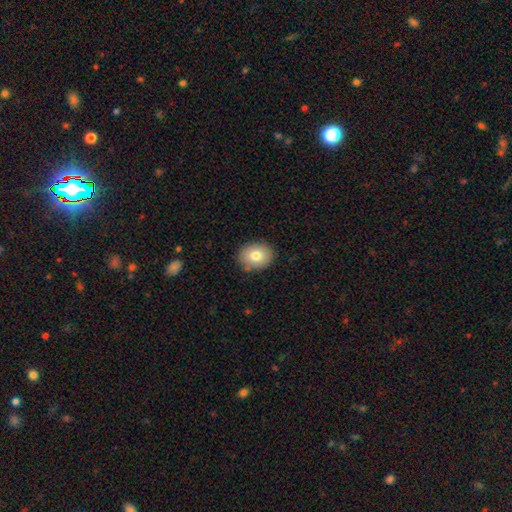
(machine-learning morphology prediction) smooth_or_featured: smooth (p=0.80) [alt: featured or disk p=0.12]
how_rounded: round (p=0.51) [alt: in between p=0.48]
merging: none (p=0.87) [alt: minor disturbance p=0.10]